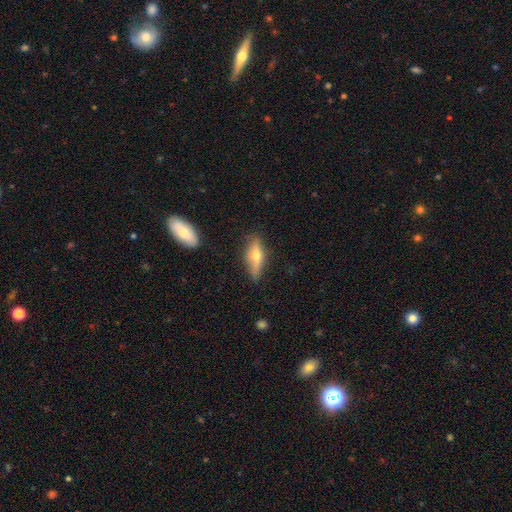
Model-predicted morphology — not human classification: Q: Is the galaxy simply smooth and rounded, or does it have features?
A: featured or disk — 50%.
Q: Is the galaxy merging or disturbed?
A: none — 80%.